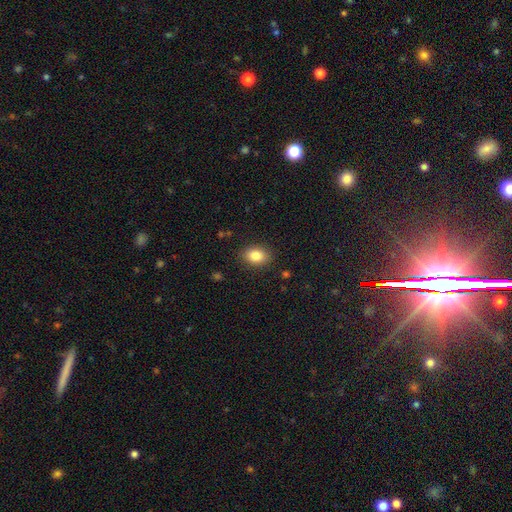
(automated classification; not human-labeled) A smooth galaxy with no disk features (85%) that is in between round and cigar-shaped (77%).

Vote fractions:
- Smooth or featured? smooth: 85% / star or artifact: 9% / featured or disk: 7%
- How rounded? in between: 77% / round: 22% / cigar-shaped: 1%
- Merging? none: 87% / minor disturbance: 9% / major disturbance: 3% / merger: 1%